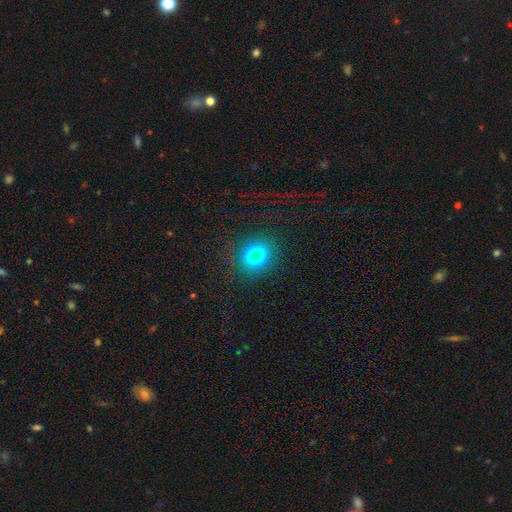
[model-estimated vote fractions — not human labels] smooth 78%, star or artifact 14%, featured or disk 8%. Down the decision tree: how rounded — round (81%); merging — none (89%).